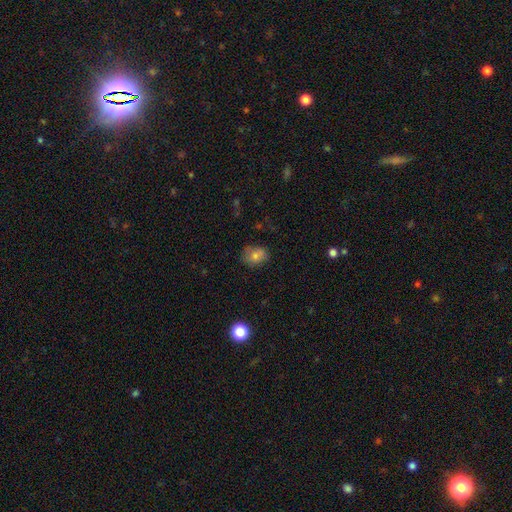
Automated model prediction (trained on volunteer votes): The model was most divided on "how rounded": in between: 58%, round: 41%, cigar-shaped: 1%. More confident: smooth or featured — smooth (76%); merging — none (72%).